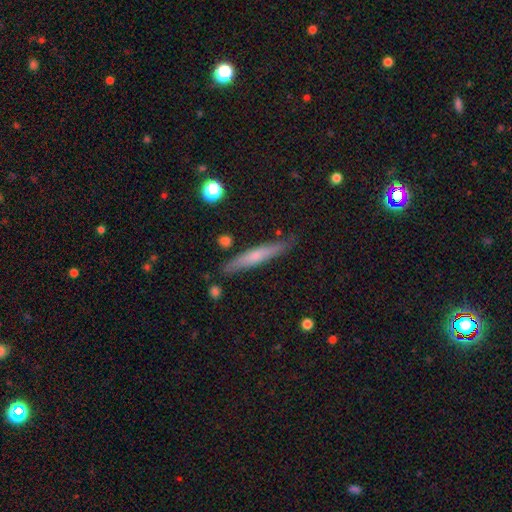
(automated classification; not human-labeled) Smooth or featured? Predicted: smooth (p=0.54). How rounded? Predicted: cigar-shaped (p=0.93). Merging? Predicted: none (p=0.83).